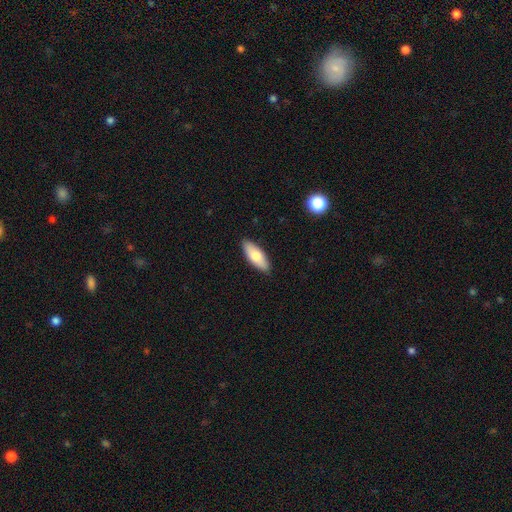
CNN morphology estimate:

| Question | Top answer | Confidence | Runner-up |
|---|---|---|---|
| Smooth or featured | smooth | 74% | featured or disk (20%) |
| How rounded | in between | 74% | cigar-shaped (24%) |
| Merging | none | 89% | minor disturbance (8%) |